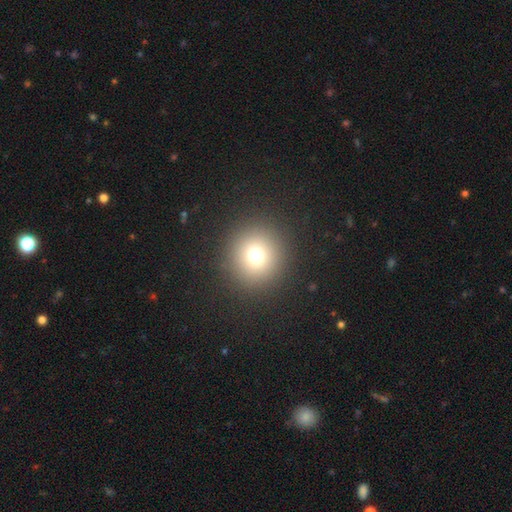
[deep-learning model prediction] Smooth or featured? smooth (72%)
How rounded? round (93%)
Merging? none (90%)